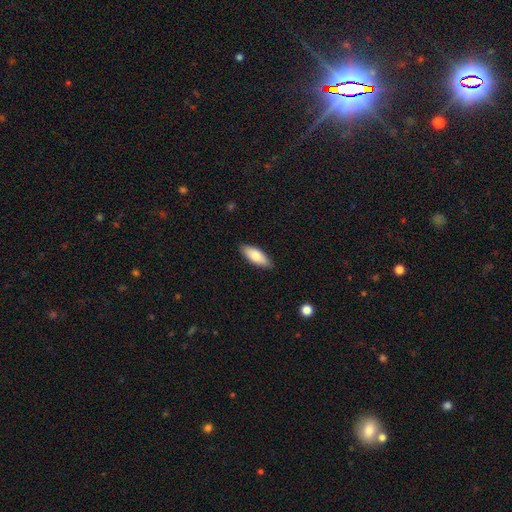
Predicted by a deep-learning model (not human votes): Morphology: type=smooth (82%); roundness=in between (74%); merging=none (87%).